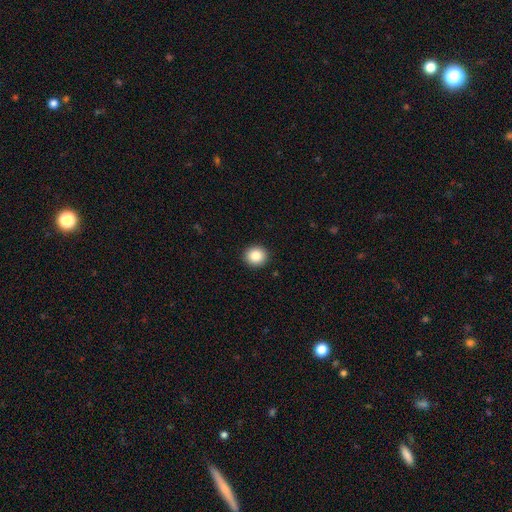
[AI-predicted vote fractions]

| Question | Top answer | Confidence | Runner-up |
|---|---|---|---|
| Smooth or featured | smooth | 86% | star or artifact (9%) |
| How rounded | round | 88% | in between (11%) |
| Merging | none | 92% | minor disturbance (5%) |